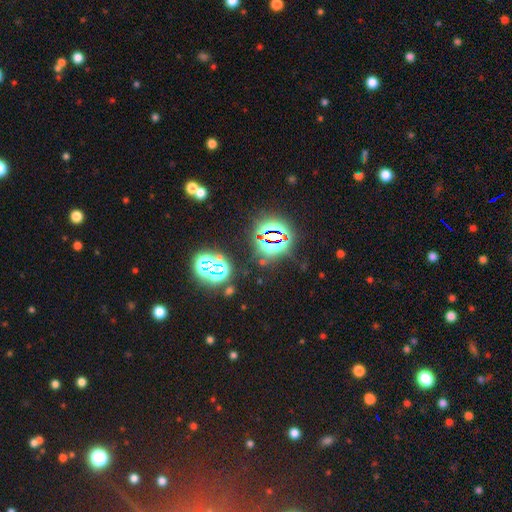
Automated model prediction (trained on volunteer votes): This appears to be a star or artifact, not a galaxy (82%).